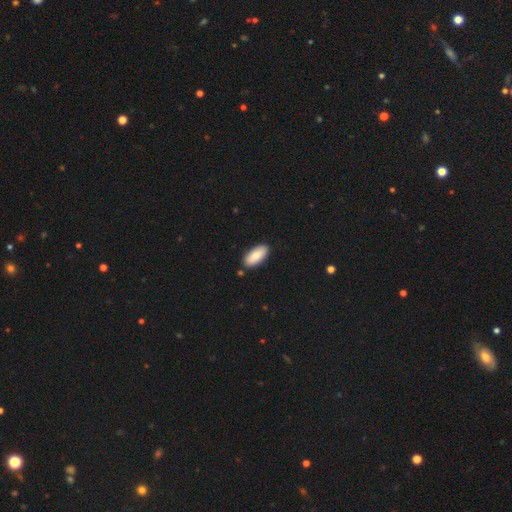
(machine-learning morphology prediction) smooth-or-featured: smooth: 85% | featured or disk: 9% | star or artifact: 6%
  how-rounded: in between: 89% | cigar-shaped: 9% | round: 2%
  merging: none: 86% | minor disturbance: 9% | merger: 2% | major disturbance: 2%